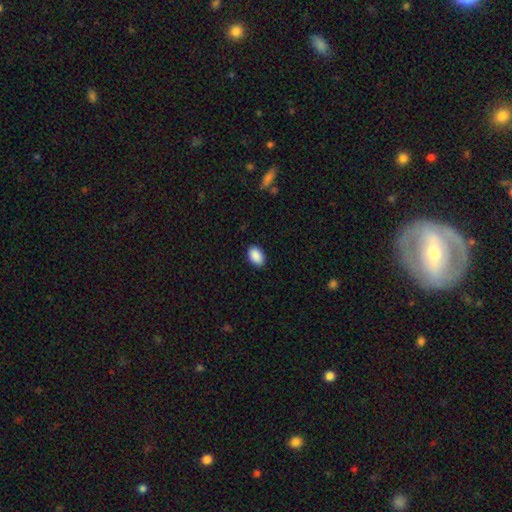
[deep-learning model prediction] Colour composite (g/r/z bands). It shows a smooth galaxy with no disk features (91%) that is in between round and cigar-shaped (90%). Merging: none (89%).